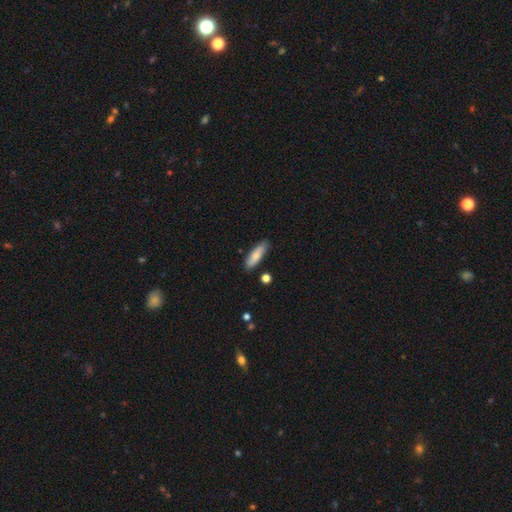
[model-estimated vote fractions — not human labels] Smooth or featured? smooth (77%)
How rounded? cigar-shaped (57%)
Merging? none (83%)